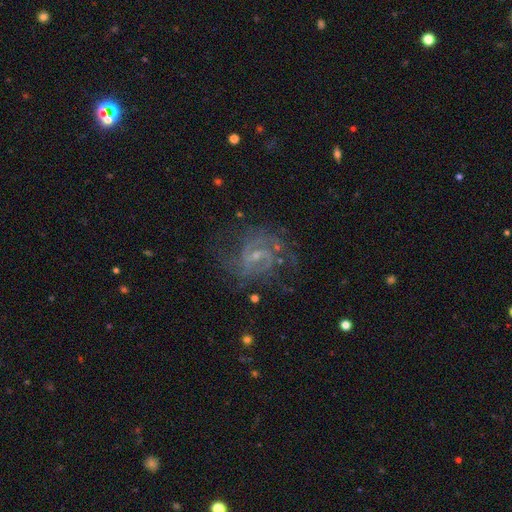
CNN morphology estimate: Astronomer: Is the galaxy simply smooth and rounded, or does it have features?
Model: featured or disk — 84%.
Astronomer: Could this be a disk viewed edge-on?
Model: no — 98%.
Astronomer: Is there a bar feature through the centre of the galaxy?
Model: weak — 56%.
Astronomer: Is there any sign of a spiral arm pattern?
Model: yes — 94%.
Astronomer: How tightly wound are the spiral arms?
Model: medium — 49% (runner-up: tight, 34%).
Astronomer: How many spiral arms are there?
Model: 2 — 58%.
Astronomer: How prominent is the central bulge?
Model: small — 65%.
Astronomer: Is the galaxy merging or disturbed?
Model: none — 66%.